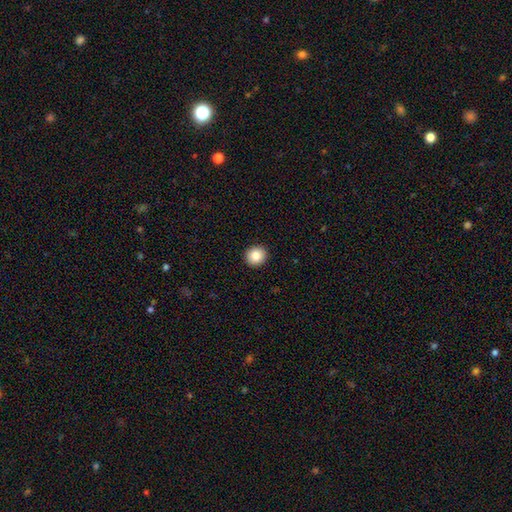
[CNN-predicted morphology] Smooth or featured? Predicted: smooth (p=0.86). How rounded? Predicted: round (p=0.88). Merging? Predicted: none (p=0.93).